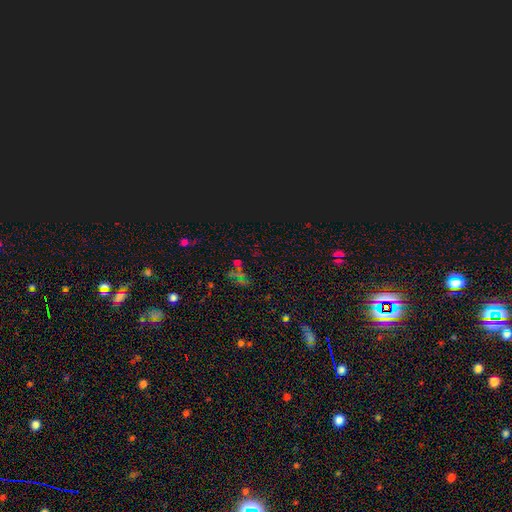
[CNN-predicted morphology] A star or artifact, not a galaxy (71%).

Vote fractions:
- Smooth or featured? star or artifact: 71% / smooth: 19% / featured or disk: 9%